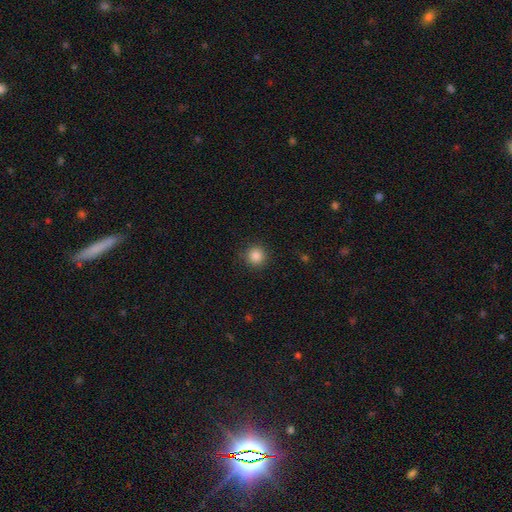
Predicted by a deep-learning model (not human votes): This appears to be a smooth galaxy with no disk features (86%) that is round (94%). Merging: none (90%).